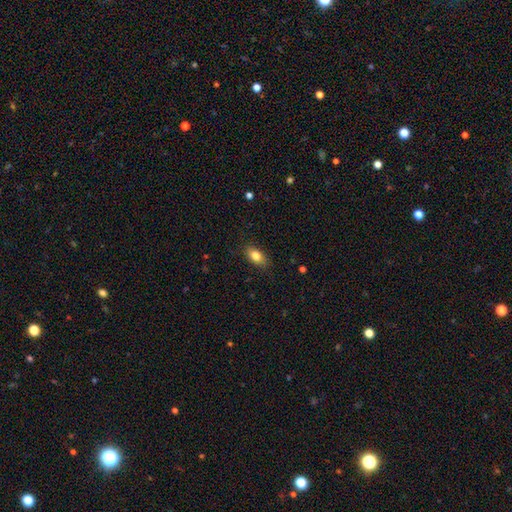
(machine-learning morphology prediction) The model was most divided on "merging": none: 84%, minor disturbance: 13%, major disturbance: 3%, merger: 1%. More confident: how rounded — in between (87%); smooth or featured — smooth (82%).